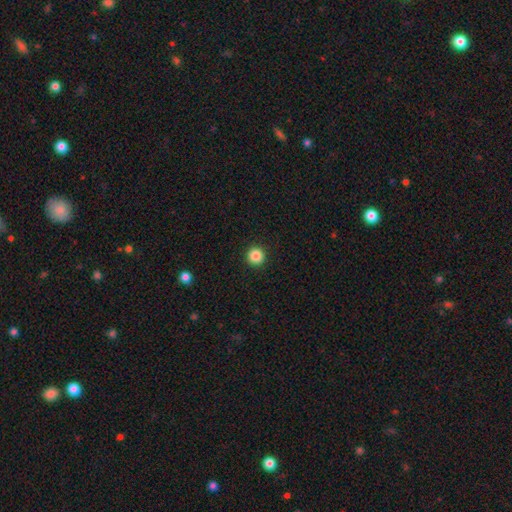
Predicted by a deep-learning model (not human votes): Smooth or featured? Predicted: smooth (p=0.86). How rounded? Predicted: round (p=0.96). Merging? Predicted: none (p=0.94).